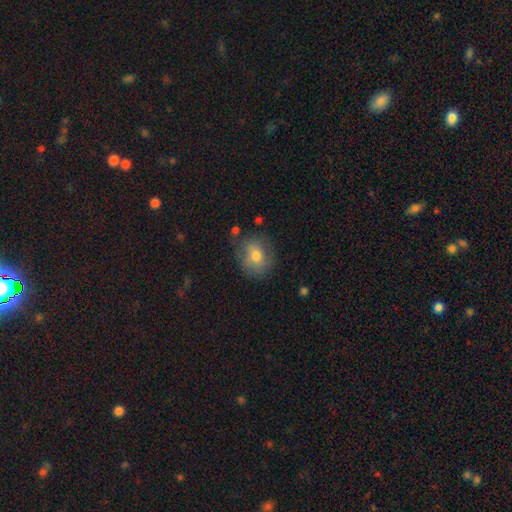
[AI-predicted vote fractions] Smooth or featured? Predicted: smooth (p=0.71). How rounded? Predicted: round (p=0.64). Merging? Predicted: none (p=0.71).